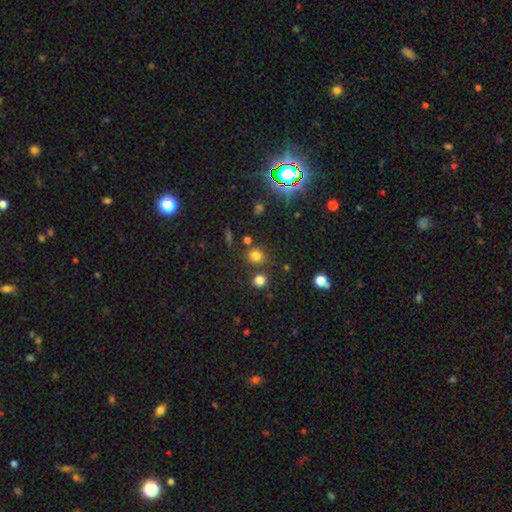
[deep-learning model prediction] smooth 74%, star or artifact 19%, featured or disk 7%. Down the decision tree: how rounded — round (84%); merging — none (76%).